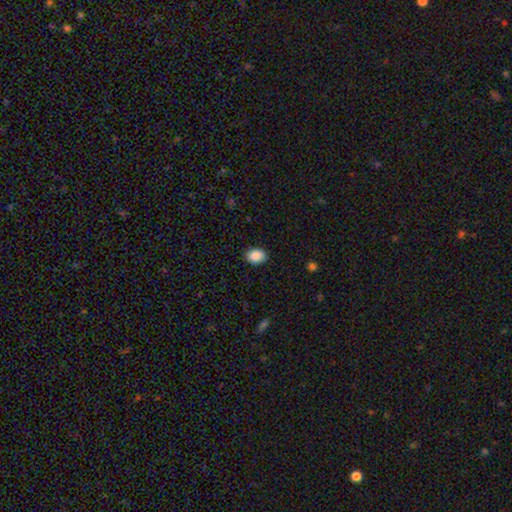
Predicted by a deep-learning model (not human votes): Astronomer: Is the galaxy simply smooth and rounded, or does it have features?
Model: smooth — 89%.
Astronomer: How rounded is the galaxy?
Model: in between — 69%.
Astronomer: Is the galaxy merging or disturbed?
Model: none — 88%.